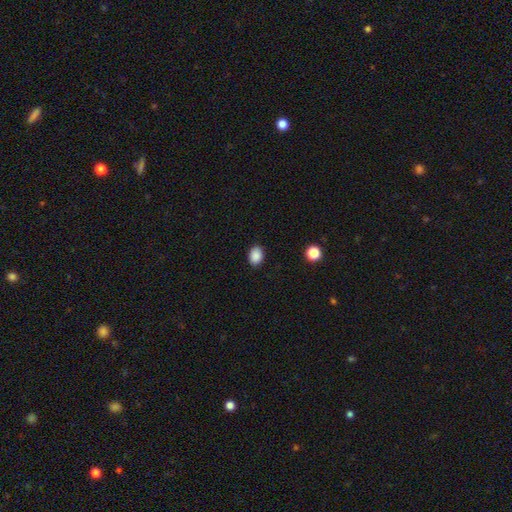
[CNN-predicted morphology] The model was most divided on "how rounded": in between: 73%, round: 26%, cigar-shaped: 1%. More confident: merging — none (89%); smooth or featured — smooth (88%).